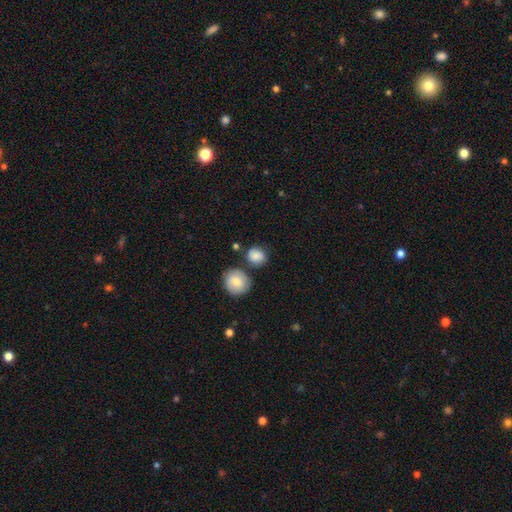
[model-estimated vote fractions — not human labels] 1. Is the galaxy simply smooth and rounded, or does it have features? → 84% smooth, 8% star or artifact, 8% featured or disk.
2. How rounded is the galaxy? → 78% round, 21% in between, 1% cigar-shaped.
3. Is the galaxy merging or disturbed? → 69% none, 15% minor disturbance, 12% merger, 4% major disturbance.